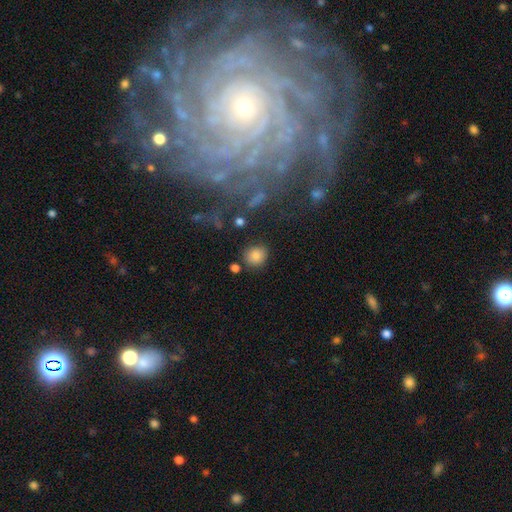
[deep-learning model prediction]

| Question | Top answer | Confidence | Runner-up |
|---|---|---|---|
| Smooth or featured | smooth | 83% | star or artifact (11%) |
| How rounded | round | 80% | in between (19%) |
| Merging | none | 78% | minor disturbance (12%) |